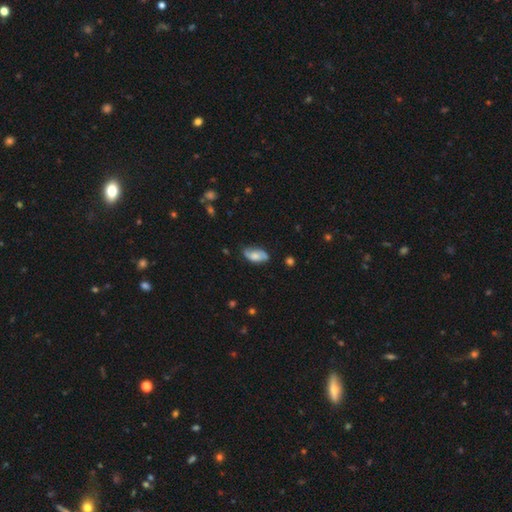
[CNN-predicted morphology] Q: Smooth or featured?
A: smooth (52%); runner-up: featured or disk (41%)
Q: How rounded?
A: in between (91%); runner-up: cigar-shaped (5%)
Q: Merging?
A: none (67%); runner-up: minor disturbance (25%)